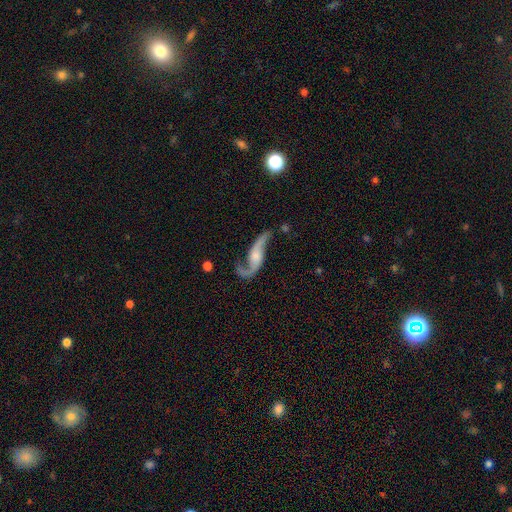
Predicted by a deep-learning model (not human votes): Smooth or featured? Predicted: featured or disk (p=0.87). Edge-on disk? Predicted: no (p=0.91). Bar? Predicted: no (p=0.56). Spiral arms? Predicted: yes (p=0.95). Spiral winding? Predicted: loose (p=0.85). Spiral arm count? Predicted: 2 (p=0.90). Bulge size? Predicted: moderate (p=0.34). Merging? Predicted: none (p=0.61).